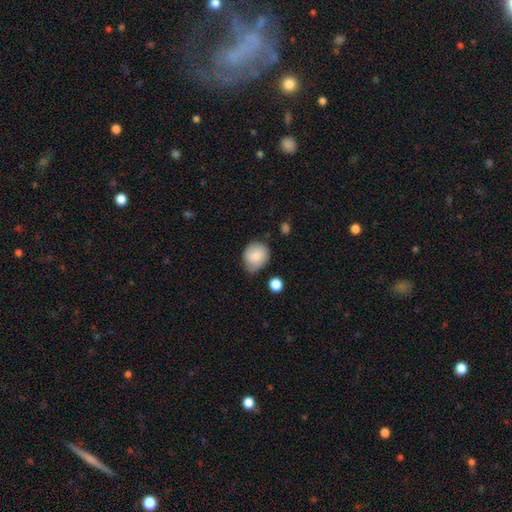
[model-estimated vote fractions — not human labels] A smooth galaxy with no disk features (80%) that is round (71%).

Vote fractions:
- Smooth or featured? smooth: 80% / featured or disk: 13% / star or artifact: 7%
- How rounded? round: 71% / in between: 28% / cigar-shaped: 1%
- Merging? none: 63% / minor disturbance: 29% / major disturbance: 6% / merger: 3%